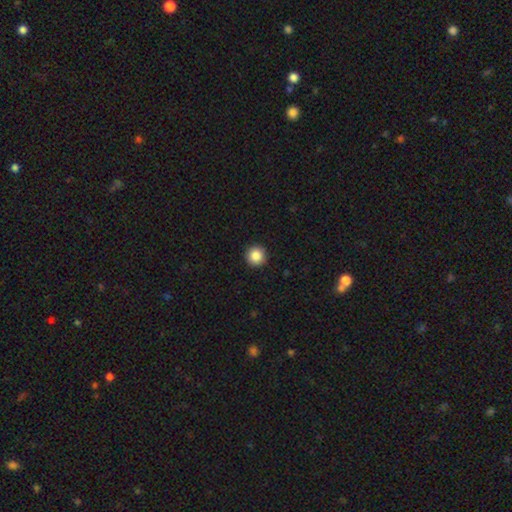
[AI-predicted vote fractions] Smooth or featured? Predicted: smooth (p=0.86). How rounded? Predicted: round (p=0.96). Merging? Predicted: none (p=0.93).